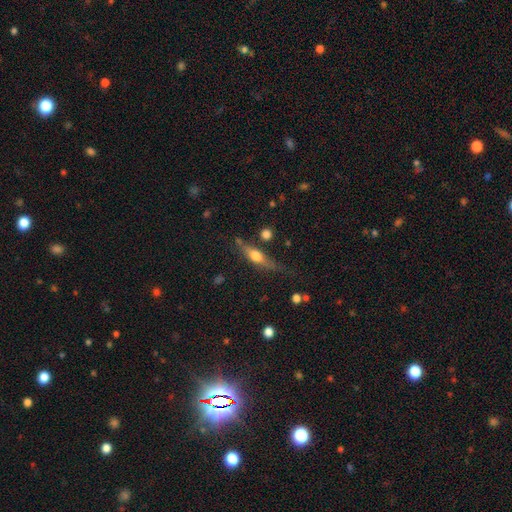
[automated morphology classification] A featured or disk galaxy (52%) viewed edge-on (90%). Merging: none (65%).